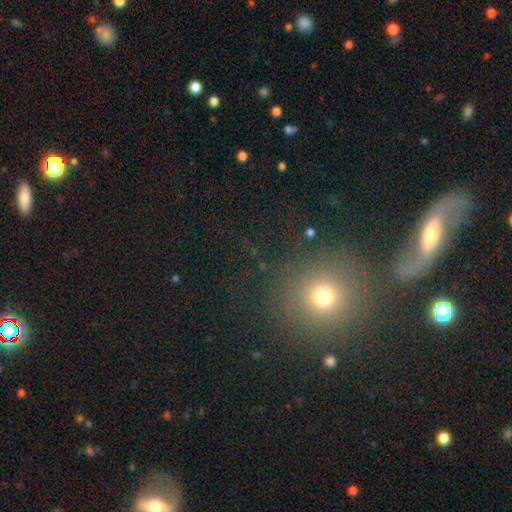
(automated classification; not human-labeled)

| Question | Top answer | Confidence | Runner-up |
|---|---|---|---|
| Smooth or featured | smooth | 45% | star or artifact (36%) |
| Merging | none | 77% | merger (9%) |